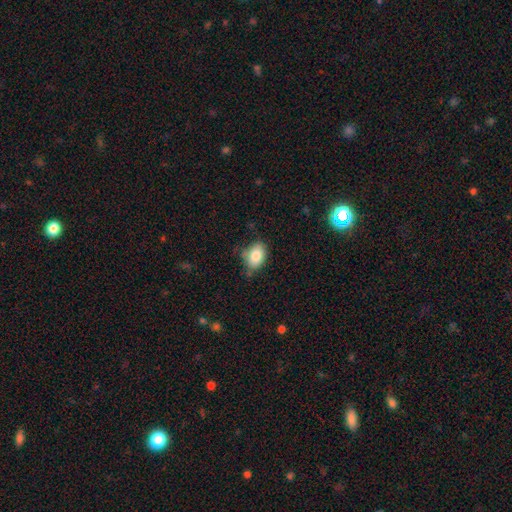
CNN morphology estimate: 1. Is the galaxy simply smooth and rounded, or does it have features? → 83% smooth, 9% featured or disk, 8% star or artifact.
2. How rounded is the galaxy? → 81% in between, 18% round, 1% cigar-shaped.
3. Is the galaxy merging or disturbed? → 65% none, 27% minor disturbance, 6% major disturbance, 3% merger.